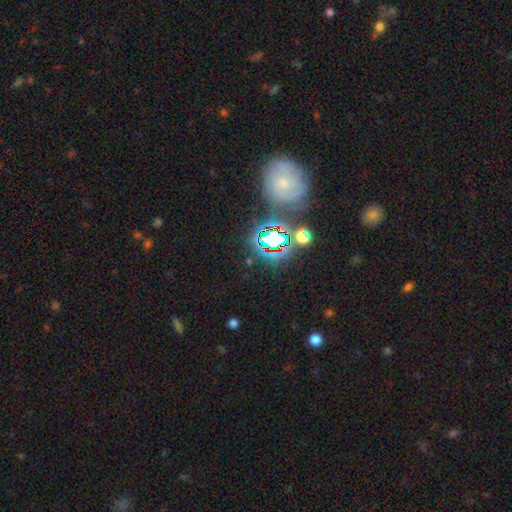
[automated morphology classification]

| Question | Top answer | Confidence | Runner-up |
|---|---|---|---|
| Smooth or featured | star or artifact | 65% | smooth (22%) |